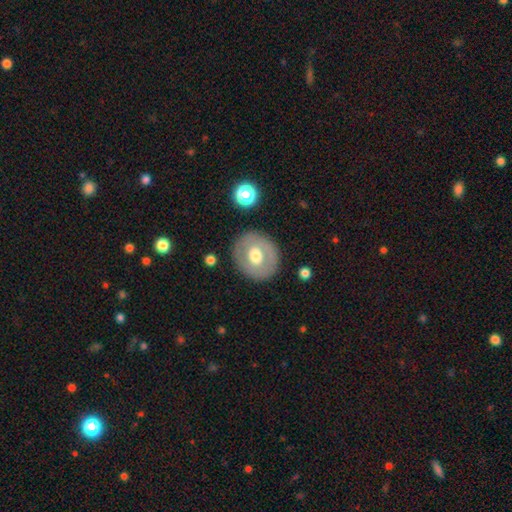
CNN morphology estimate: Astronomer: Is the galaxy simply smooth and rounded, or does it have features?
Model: smooth — 49% (runner-up: featured or disk, 45%).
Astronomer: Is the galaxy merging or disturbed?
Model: none — 84%.